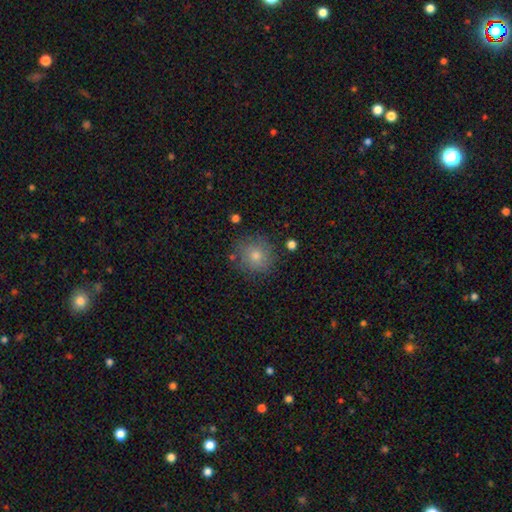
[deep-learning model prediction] The model was most divided on "smooth or featured": smooth: 71%, star or artifact: 15%, featured or disk: 14%. More confident: how rounded — round (90%); merging — none (83%).